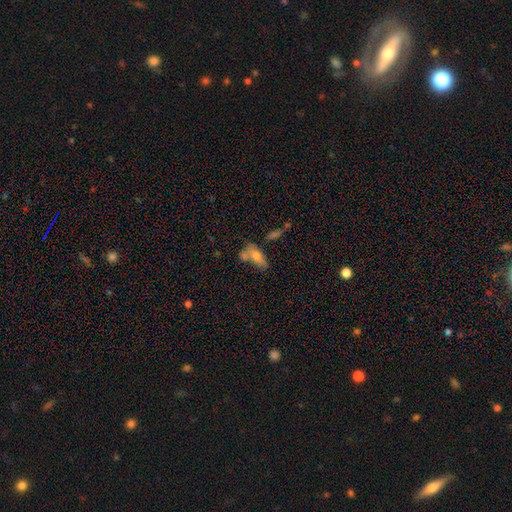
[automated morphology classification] smooth 57%, featured or disk 31%, star or artifact 12%. Down the decision tree: how rounded — in between (80%); merging — none (34%).